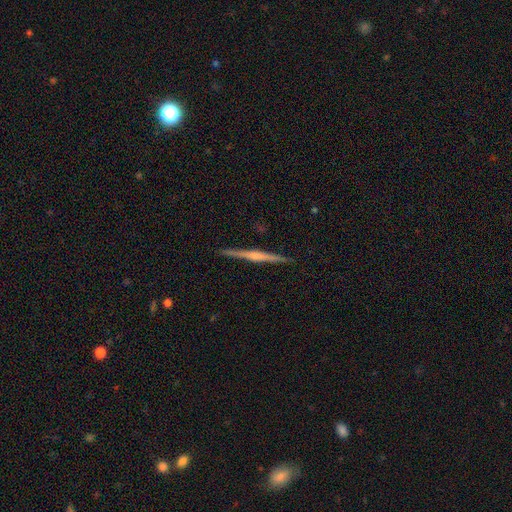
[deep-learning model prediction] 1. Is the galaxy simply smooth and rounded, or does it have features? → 73% featured or disk, 19% smooth, 7% star or artifact.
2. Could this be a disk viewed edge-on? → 98% yes, 2% no.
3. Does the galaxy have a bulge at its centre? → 67% rounded, 24% none, 9% boxy.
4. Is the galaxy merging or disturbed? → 91% none, 6% minor disturbance, 1% major disturbance, 1% merger.